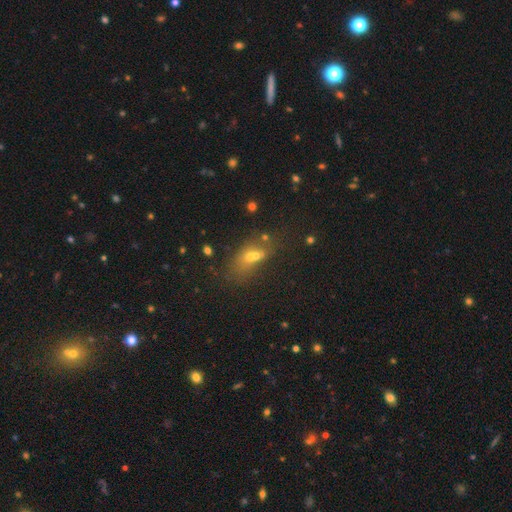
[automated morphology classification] Smooth or featured? Predicted: smooth (p=0.53). How rounded? Predicted: in between (p=0.69). Merging? Predicted: merger (p=0.39).